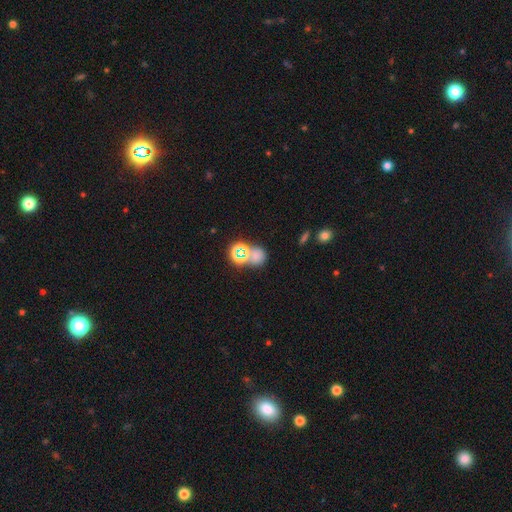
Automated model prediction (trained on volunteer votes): Smooth or featured? smooth (57%)
How rounded? round (69%)
Merging? none (54%)